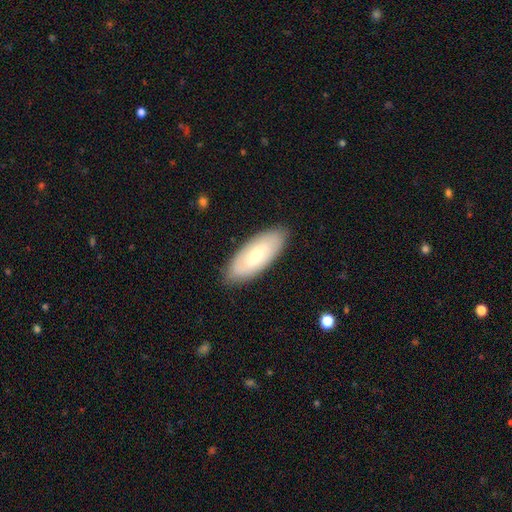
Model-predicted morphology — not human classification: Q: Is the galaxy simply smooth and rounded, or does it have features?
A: smooth — 50%.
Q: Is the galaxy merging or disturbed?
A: none — 87%.